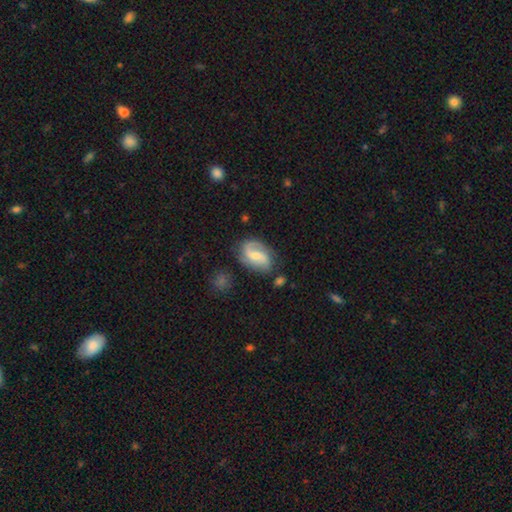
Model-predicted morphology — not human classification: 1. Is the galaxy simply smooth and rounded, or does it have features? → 75% featured or disk, 19% smooth, 6% star or artifact.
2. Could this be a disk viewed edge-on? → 97% no, 3% yes.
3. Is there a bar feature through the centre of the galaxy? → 48% weak, 34% no, 17% strong.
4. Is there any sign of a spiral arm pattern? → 94% yes, 6% no.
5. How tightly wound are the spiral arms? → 43% loose, 42% medium, 16% tight.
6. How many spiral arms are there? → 84% 2, 7% 1, 5% can't tell, 2% 3, 1% 4, 1% more than 4.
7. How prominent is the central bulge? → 47% moderate, 44% small, 4% none, 3% large, 1% dominant.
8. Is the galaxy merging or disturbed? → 71% none, 19% minor disturbance, 7% major disturbance, 4% merger.